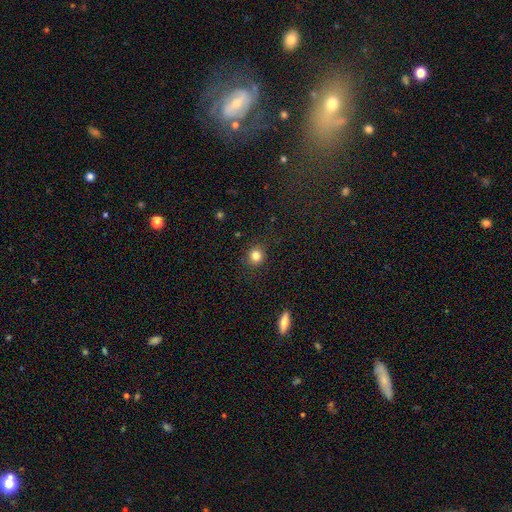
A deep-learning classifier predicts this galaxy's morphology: Smooth or featured? Predicted: smooth (p=0.83). How rounded? Predicted: round (p=0.90). Merging? Predicted: none (p=0.88).